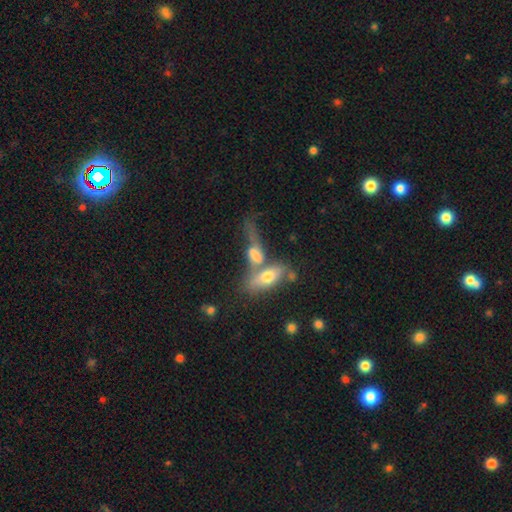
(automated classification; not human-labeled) Smooth or featured? smooth (56%)
How rounded? in between (61%)
Merging? merger (57%)